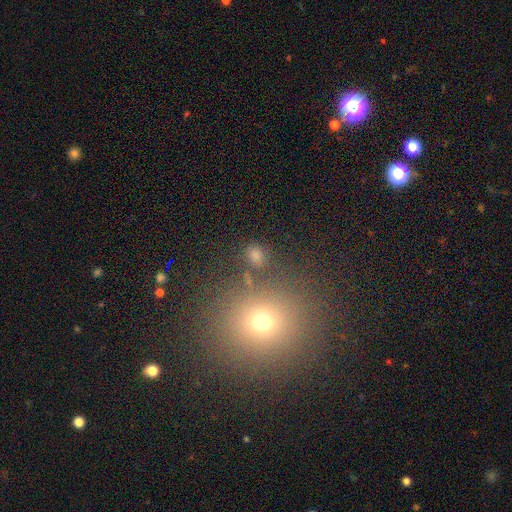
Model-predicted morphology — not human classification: This is likely a smooth galaxy (67%). How rounded: likely round (69%). Merging: likely none (77%).